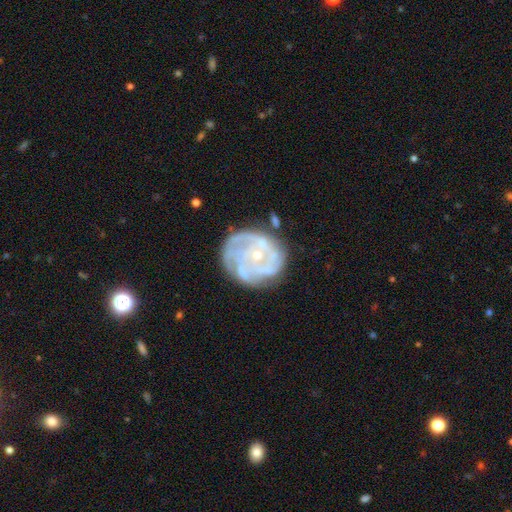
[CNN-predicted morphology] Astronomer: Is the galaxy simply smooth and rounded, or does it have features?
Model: featured or disk — 80%.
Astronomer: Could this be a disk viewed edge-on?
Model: no — 98%.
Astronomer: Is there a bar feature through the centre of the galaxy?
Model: no — 77%.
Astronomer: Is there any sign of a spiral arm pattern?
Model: yes — 86%.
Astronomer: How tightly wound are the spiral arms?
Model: tight — 62%.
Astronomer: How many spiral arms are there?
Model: can't tell — 35% (runner-up: 4, 22%).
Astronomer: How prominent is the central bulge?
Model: small — 77%.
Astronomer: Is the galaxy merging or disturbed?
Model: none — 69%.